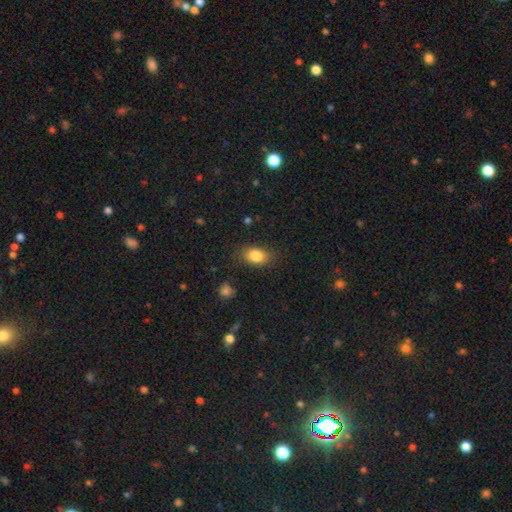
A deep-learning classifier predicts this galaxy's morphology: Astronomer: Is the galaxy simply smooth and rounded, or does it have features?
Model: smooth — 84%.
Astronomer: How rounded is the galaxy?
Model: in between — 81%.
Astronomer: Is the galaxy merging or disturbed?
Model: none — 82%.